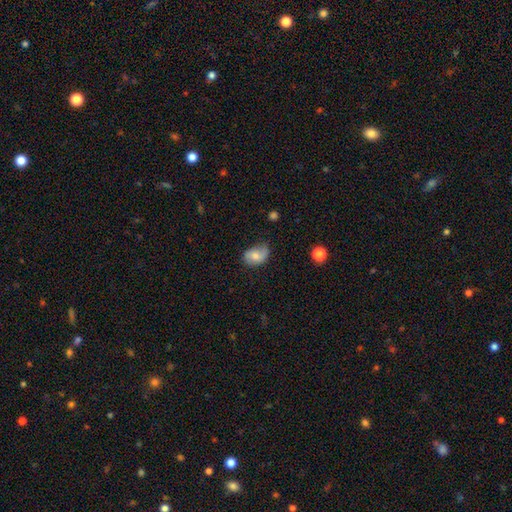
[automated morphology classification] Q: Smooth or featured?
A: smooth (60%); runner-up: featured or disk (31%)
Q: How rounded?
A: in between (79%); runner-up: round (20%)
Q: Merging?
A: none (54%); runner-up: minor disturbance (34%)